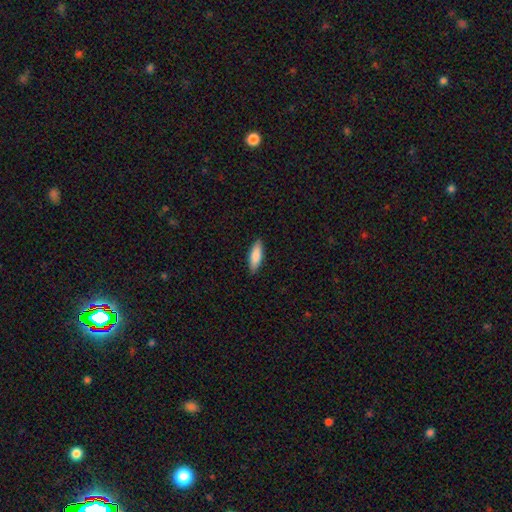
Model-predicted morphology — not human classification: Smooth or featured? smooth (85%)
How rounded? in between (53%)
Merging? none (89%)